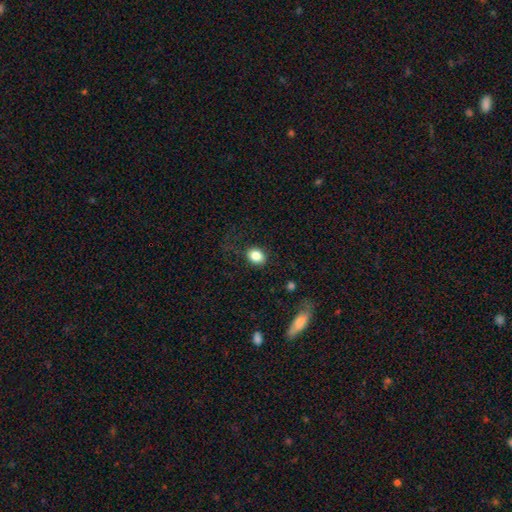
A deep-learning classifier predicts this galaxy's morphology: This is clearly a smooth galaxy (85%). How rounded: possibly in between (58%). Merging: clearly none (81%).